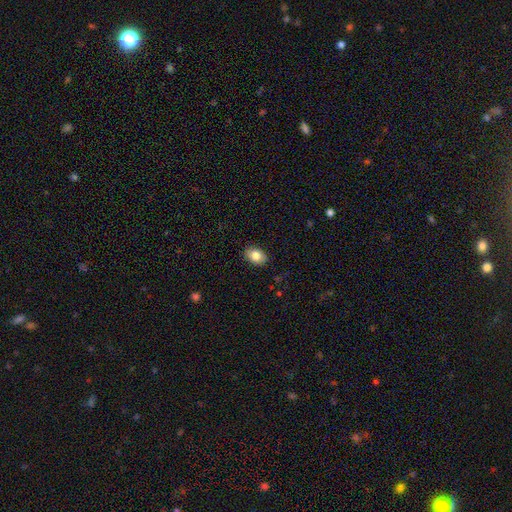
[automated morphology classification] Overall: smooth (82%). How rounded: in between (77%). Merging: none (88%).